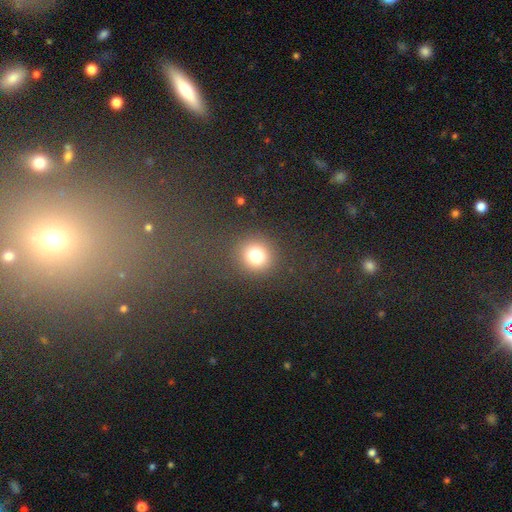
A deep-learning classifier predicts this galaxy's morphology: smooth 78%, star or artifact 15%, featured or disk 7%. Down the decision tree: how rounded — round (89%); merging — none (86%).